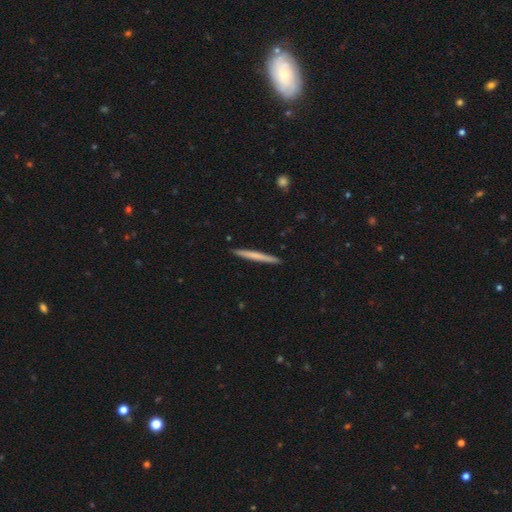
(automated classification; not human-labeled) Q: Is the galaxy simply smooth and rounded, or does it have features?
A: smooth — 62%.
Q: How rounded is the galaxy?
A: cigar-shaped — 97%.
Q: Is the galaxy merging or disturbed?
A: none — 93%.